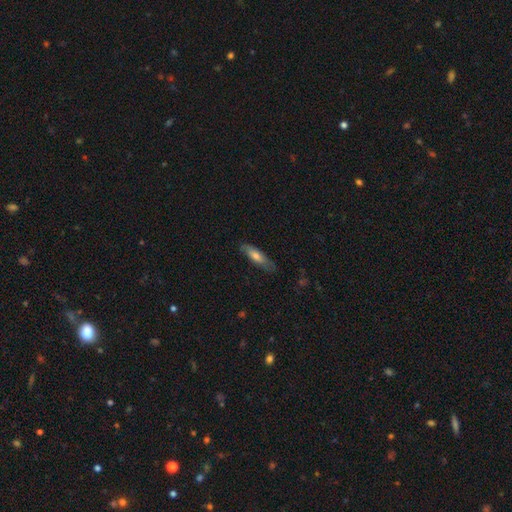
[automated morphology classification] A smooth galaxy with no disk features (63%) that is cigar-shaped (63%).

Vote fractions:
- Smooth or featured? smooth: 63% / featured or disk: 30% / star or artifact: 6%
- How rounded? cigar-shaped: 63% / in between: 35% / round: 2%
- Merging? none: 77% / minor disturbance: 18% / major disturbance: 4% / merger: 1%